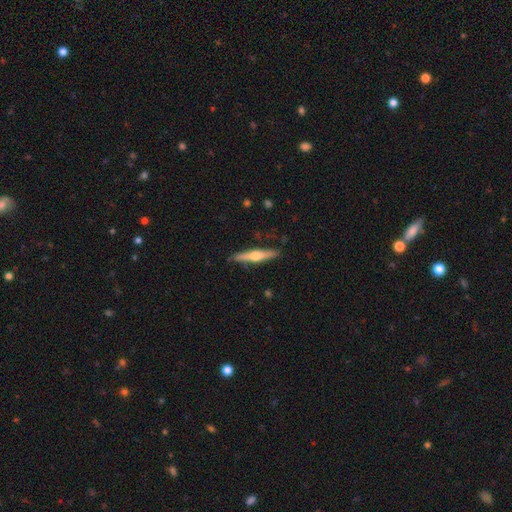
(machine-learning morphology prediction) This appears to be a featured or disk galaxy (61%) viewed edge-on (97%) with a rounded central bulge (91%). Merging: none (88%).